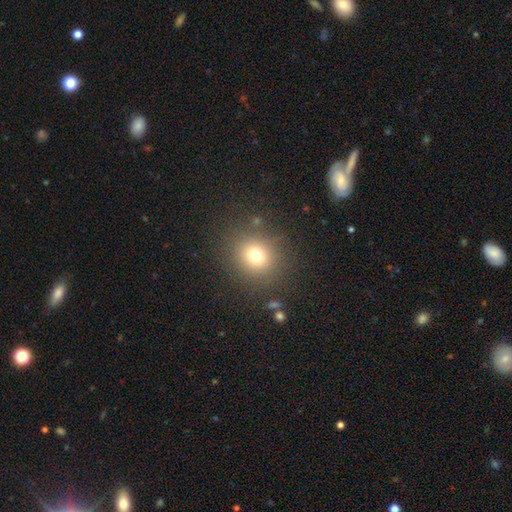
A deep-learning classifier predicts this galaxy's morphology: Smooth or featured? Predicted: smooth (p=0.73). How rounded? Predicted: round (p=0.85). Merging? Predicted: none (p=0.85).